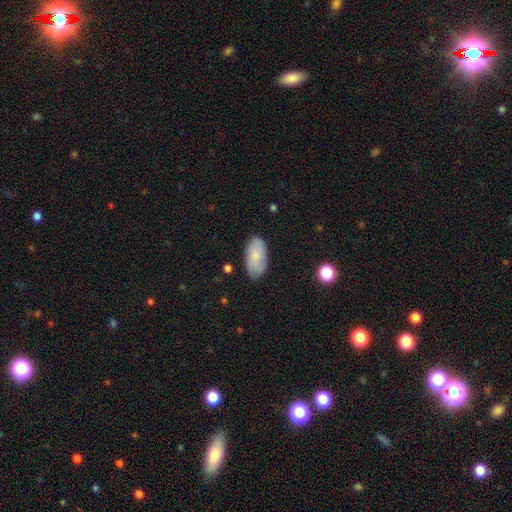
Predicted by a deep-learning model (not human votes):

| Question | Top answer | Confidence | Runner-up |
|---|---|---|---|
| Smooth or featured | smooth | 80% | featured or disk (13%) |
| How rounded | in between | 94% | cigar-shaped (3%) |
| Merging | none | 80% | minor disturbance (16%) |